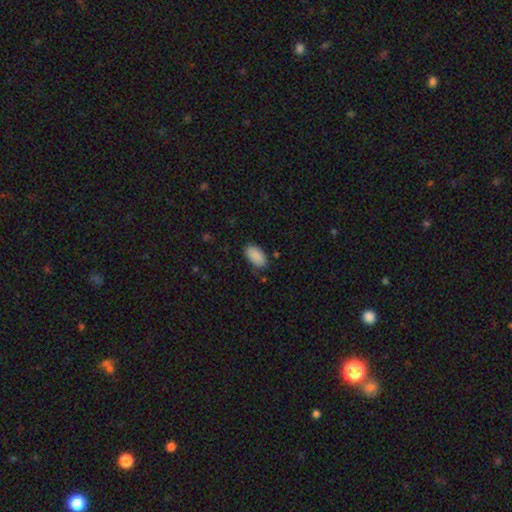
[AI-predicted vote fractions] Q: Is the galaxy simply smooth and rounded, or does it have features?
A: smooth — 90%.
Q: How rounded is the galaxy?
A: in between — 95%.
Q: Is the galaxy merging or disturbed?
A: none — 81%.